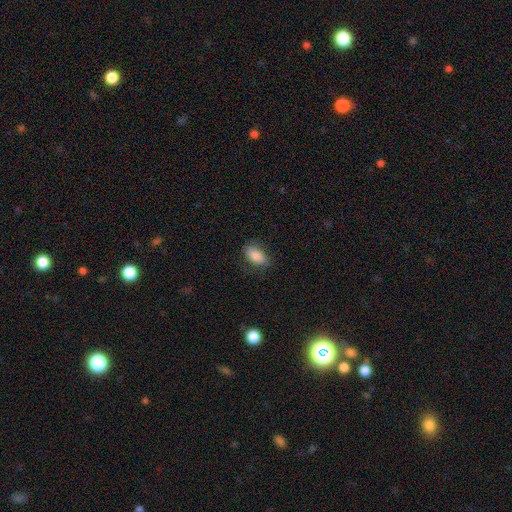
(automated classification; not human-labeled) Smooth or featured? Predicted: smooth (p=0.83). How rounded? Predicted: in between (p=0.91). Merging? Predicted: none (p=0.78).